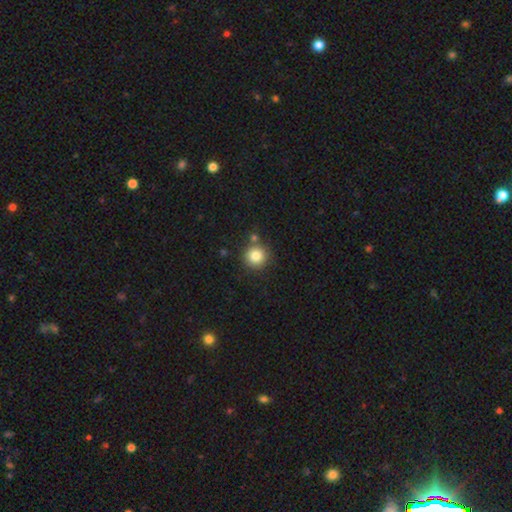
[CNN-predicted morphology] This is clearly a smooth galaxy (83%). How rounded: clearly round (94%). Merging: likely none (79%).